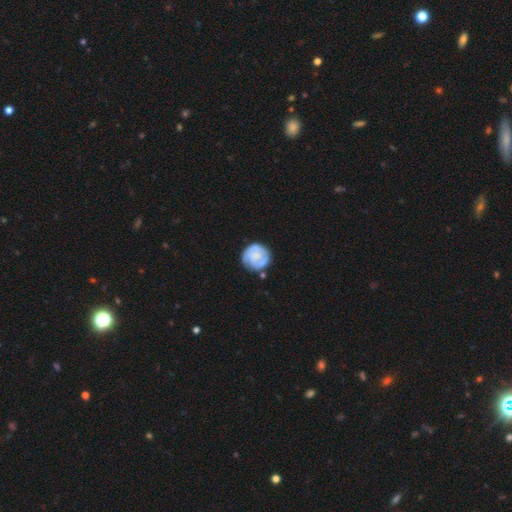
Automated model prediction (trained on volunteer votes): smooth_or_featured: featured or disk (p=0.65) [alt: smooth p=0.30]
disk_edge_on: no (p=0.98) [alt: yes p=0.02]
bar: no (p=0.68) [alt: weak p=0.27]
has_spiral_arms: yes (p=0.90) [alt: no p=0.10]
spiral_winding: tight (p=0.67) [alt: medium p=0.26]
spiral_arm_count: 2 (p=0.38) [alt: 3 p=0.24]
bulge_size: small (p=0.39) [alt: none p=0.34]
merging: none (p=0.75) [alt: minor disturbance p=0.17]